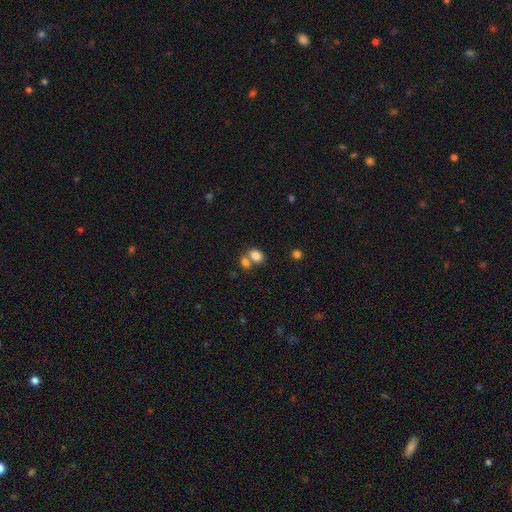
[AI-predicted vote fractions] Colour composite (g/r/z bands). It shows a smooth galaxy with no disk features (81%) that is in between round and cigar-shaped (63%). Merging: merger (45%).